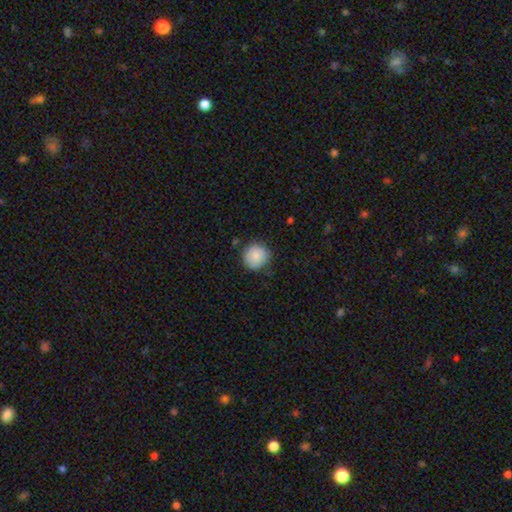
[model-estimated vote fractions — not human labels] smooth 84%, featured or disk 9%, star or artifact 8%. Down the decision tree: how rounded — round (93%); merging — none (81%).